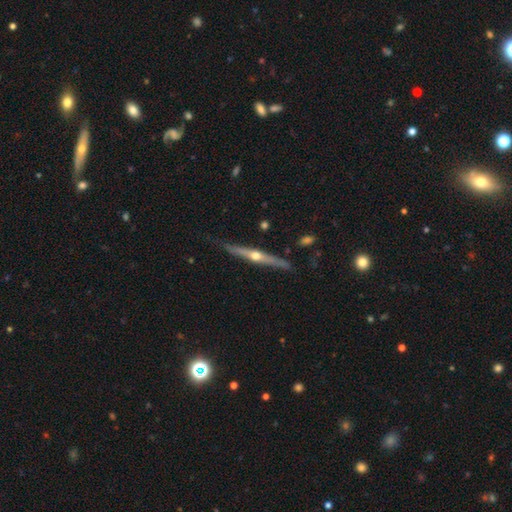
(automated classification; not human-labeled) Morphology: type=featured or disk (75%); edge-on=yes (97%); edge-on bulge=rounded (93%); merging=none (83%).